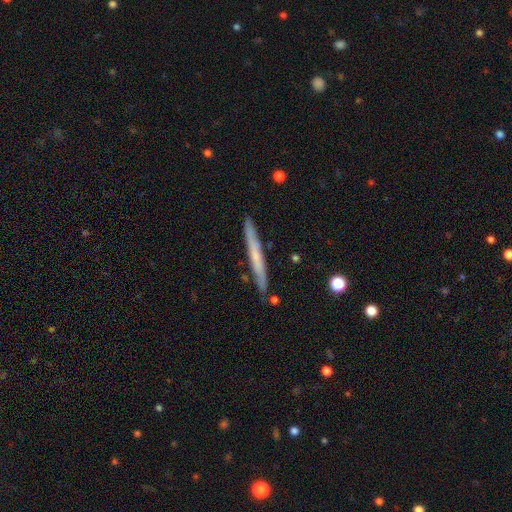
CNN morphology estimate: Smooth or featured? Predicted: featured or disk (p=0.47, tied with smooth). Merging? Predicted: none (p=0.87).